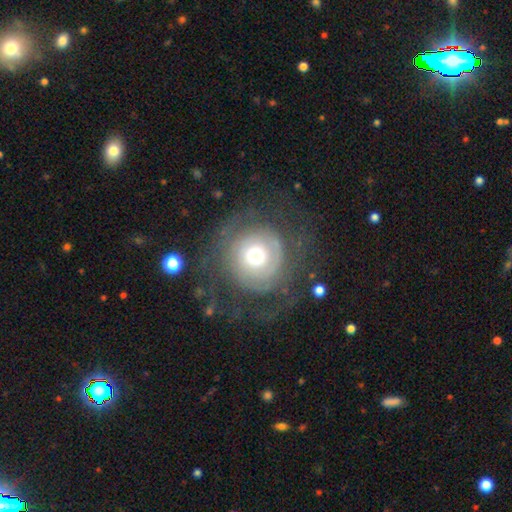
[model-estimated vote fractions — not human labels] Overall: featured or disk (57%; smooth 33%). Edge-on disk: no (97%). Bar: no (86%). Spiral arms: yes (66%; no 34%). Bulge size: moderate (64%). Merging: none (58%; major disturbance 25%).